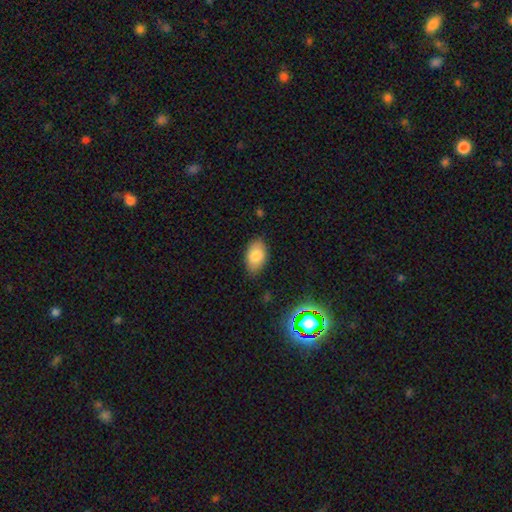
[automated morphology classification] Smooth or featured? smooth (81%)
How rounded? in between (92%)
Merging? none (82%)